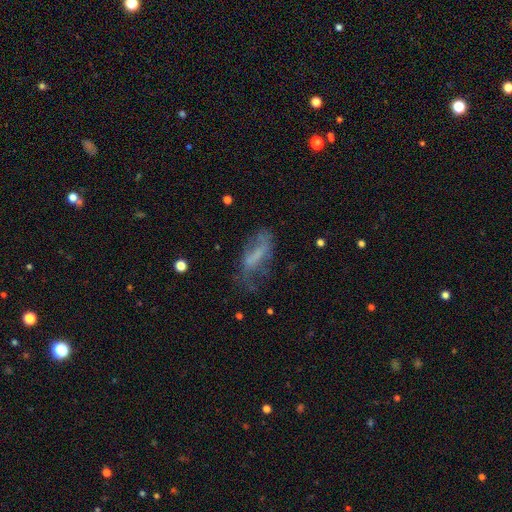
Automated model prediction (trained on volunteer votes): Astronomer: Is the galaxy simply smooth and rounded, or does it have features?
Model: featured or disk — 45% (runner-up: smooth, 42%).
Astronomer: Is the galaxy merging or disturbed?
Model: none — 38% (runner-up: major disturbance, 31%).